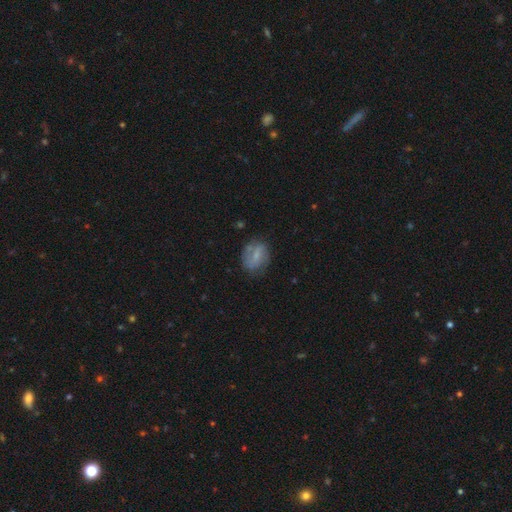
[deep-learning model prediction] smooth_or_featured: smooth (p=0.48) [alt: featured or disk p=0.43]
merging: none (p=0.66) [alt: minor disturbance p=0.22]